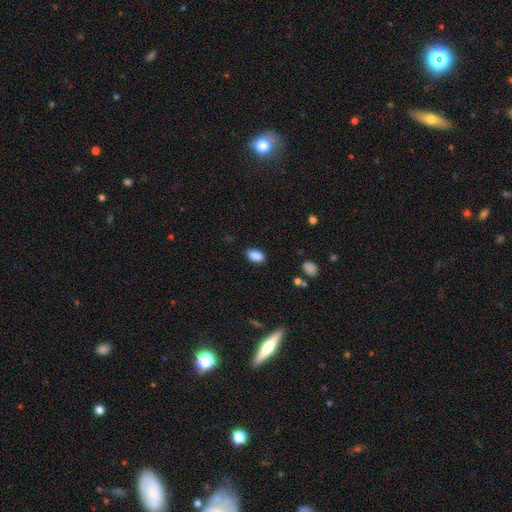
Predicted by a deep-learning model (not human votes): Morphology: type=smooth (88%); roundness=in between (92%); merging=none (86%).